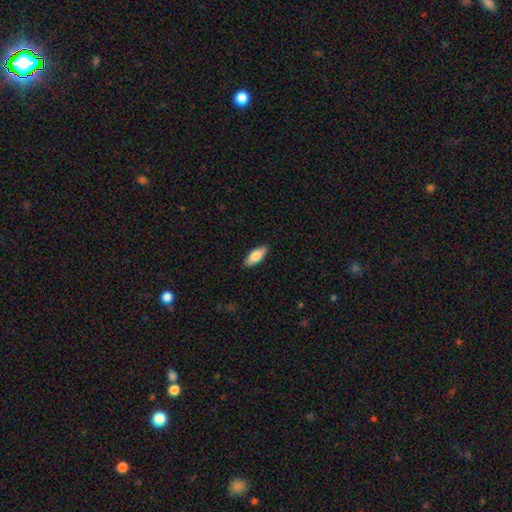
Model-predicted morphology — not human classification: A smooth galaxy with no disk features (78%) that is in between round and cigar-shaped (78%).

Vote fractions:
- Smooth or featured? smooth: 78% / featured or disk: 16% / star or artifact: 6%
- How rounded? in between: 78% / cigar-shaped: 20% / round: 2%
- Merging? none: 89% / minor disturbance: 8% / major disturbance: 2% / merger: 1%